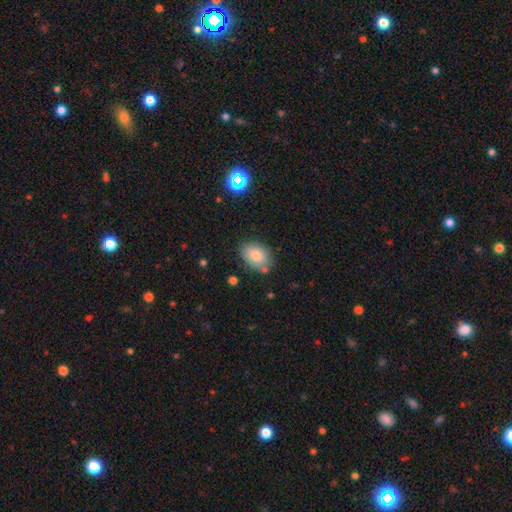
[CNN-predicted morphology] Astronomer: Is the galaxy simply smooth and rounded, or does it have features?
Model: smooth — 81%.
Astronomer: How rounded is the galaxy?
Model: in between — 81%.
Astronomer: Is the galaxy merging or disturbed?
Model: none — 77%.